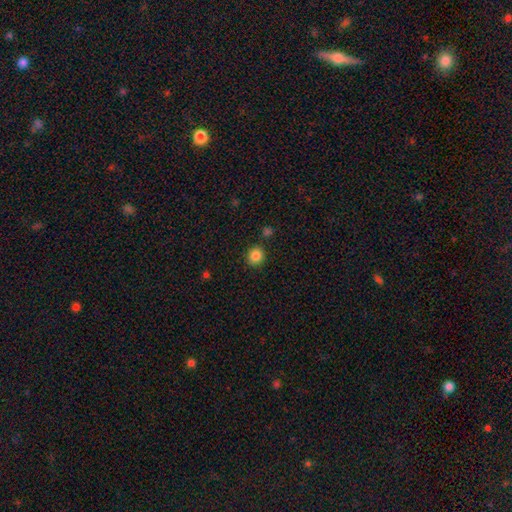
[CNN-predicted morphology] The model was most divided on "how rounded": round: 81%, in between: 18%, cigar-shaped: 1%. More confident: merging — none (86%); smooth or featured — smooth (85%).